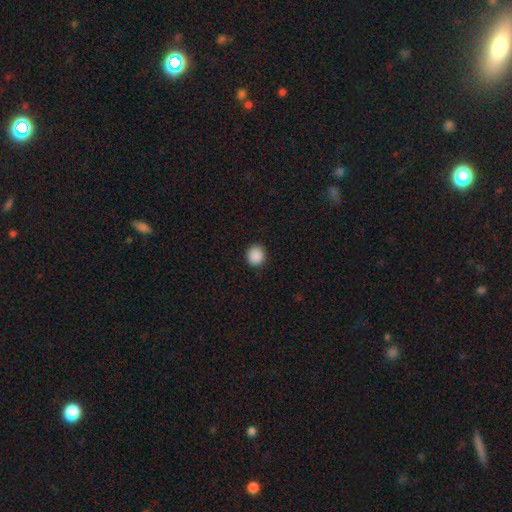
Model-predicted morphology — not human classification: A smooth galaxy with no disk features (89%) that is round (88%). Merging: none (90%).